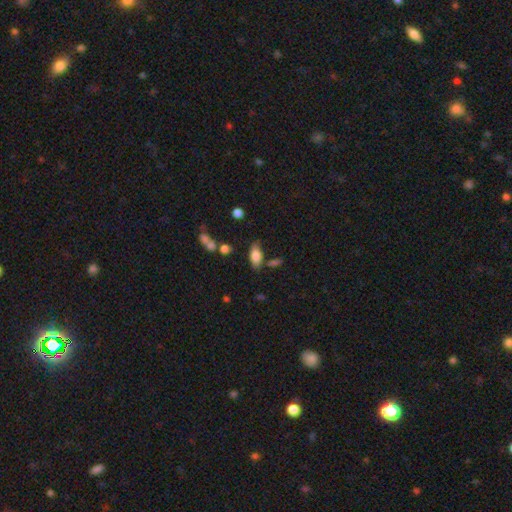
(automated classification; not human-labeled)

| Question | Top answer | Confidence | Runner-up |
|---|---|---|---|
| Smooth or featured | smooth | 77% | featured or disk (15%) |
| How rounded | in between | 86% | cigar-shaped (10%) |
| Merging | none | 63% | minor disturbance (21%) |